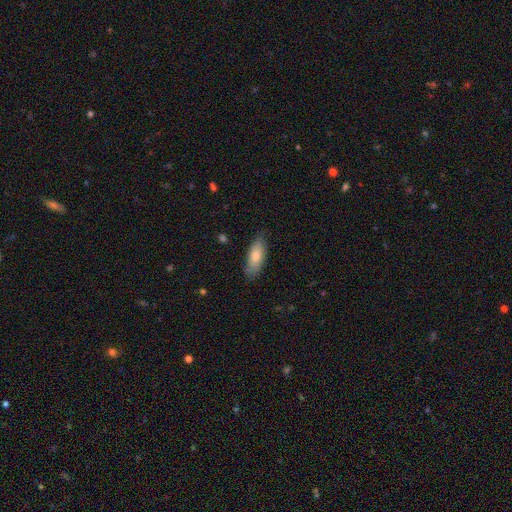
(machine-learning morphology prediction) smooth 79%, featured or disk 16%, star or artifact 6%. Down the decision tree: how rounded — in between (73%); merging — none (78%).